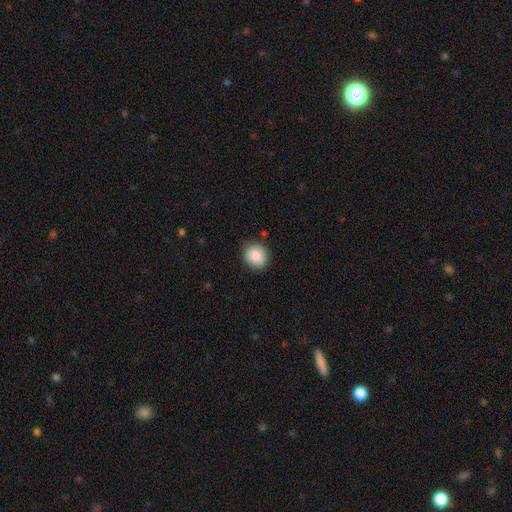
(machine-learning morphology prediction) Smooth or featured: smooth — 86% (star or artifact — 8%)
How rounded: round — 74% (in between — 25%)
Merging: none — 83% (minor disturbance — 13%)